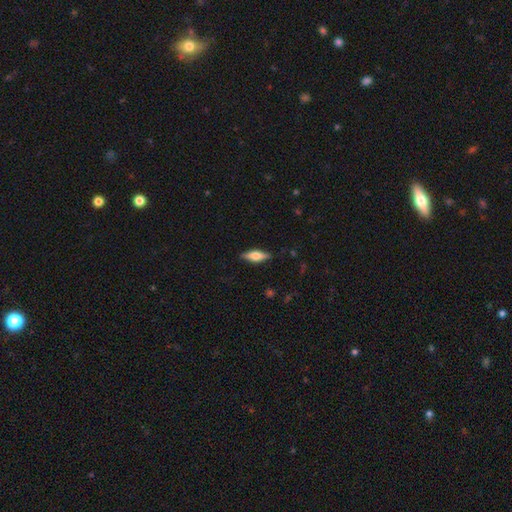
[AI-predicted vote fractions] This appears to be a smooth galaxy with no disk features (49%). Merging: none (86%).